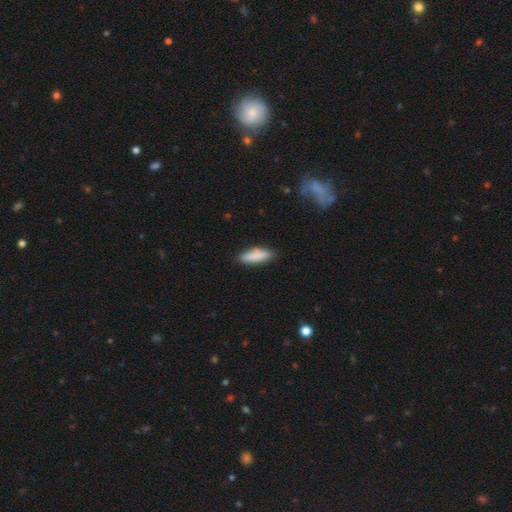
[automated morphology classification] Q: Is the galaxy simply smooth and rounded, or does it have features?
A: smooth — 85%.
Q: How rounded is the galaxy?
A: in between — 53%.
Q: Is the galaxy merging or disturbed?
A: none — 82%.